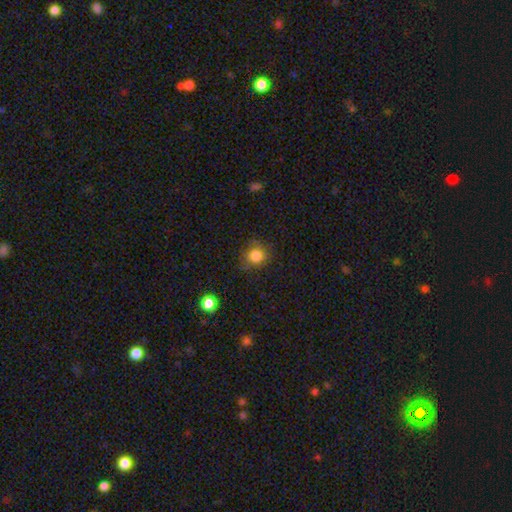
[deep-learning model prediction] Smooth or featured? smooth (82%)
How rounded? round (84%)
Merging? none (74%)